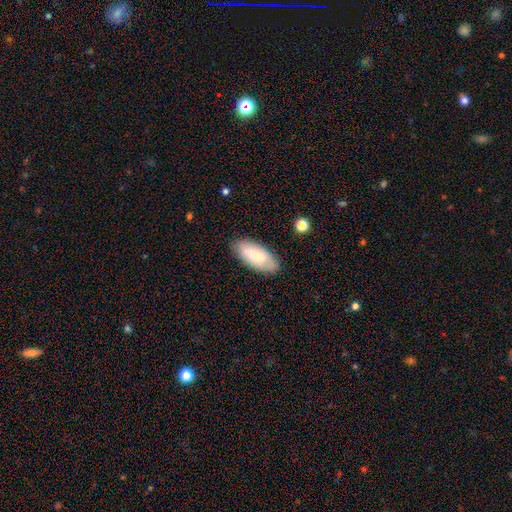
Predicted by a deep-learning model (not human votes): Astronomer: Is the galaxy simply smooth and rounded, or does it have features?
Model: smooth — 76%.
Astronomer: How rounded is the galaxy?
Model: in between — 86%.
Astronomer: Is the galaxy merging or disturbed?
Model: none — 83%.